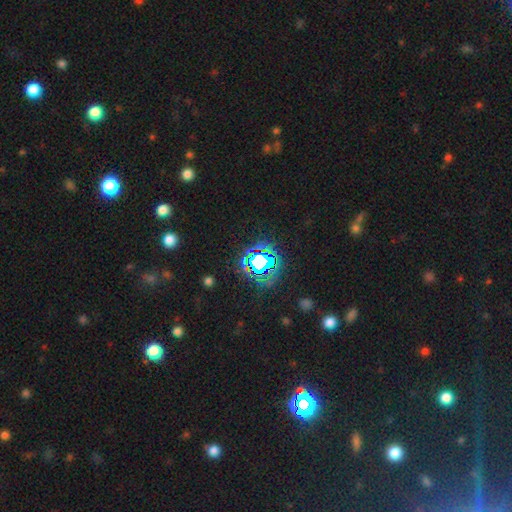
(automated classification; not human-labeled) Overall: star or artifact (75%).